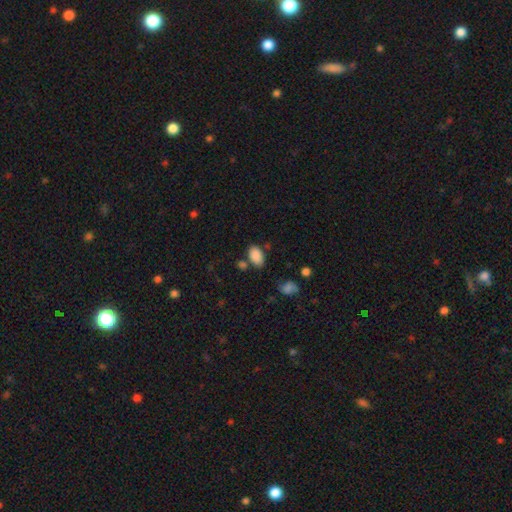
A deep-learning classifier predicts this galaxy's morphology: A smooth galaxy with no disk features (87%) that is in between round and cigar-shaped (91%). Merging: none (71%).